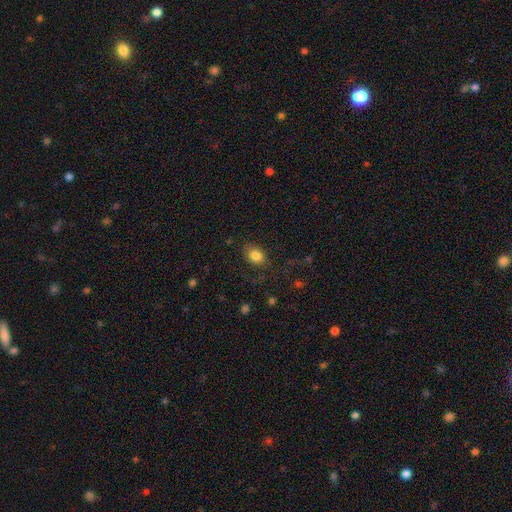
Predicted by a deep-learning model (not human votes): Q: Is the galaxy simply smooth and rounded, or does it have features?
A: smooth — 83%.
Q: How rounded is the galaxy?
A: in between — 71%.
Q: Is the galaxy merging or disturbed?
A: none — 71%.